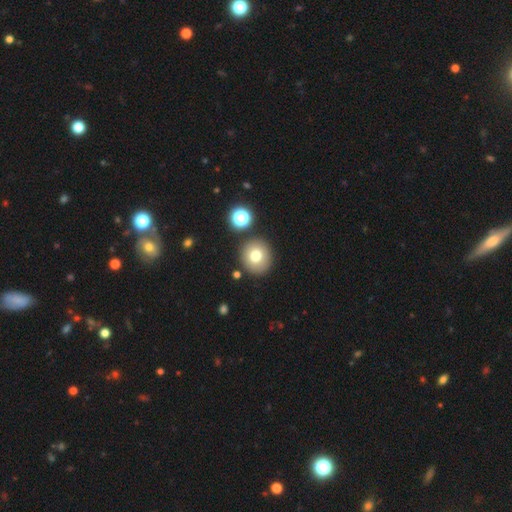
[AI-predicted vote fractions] smooth-or-featured: smooth: 75% | featured or disk: 12% | star or artifact: 12%
  how-rounded: round: 90% | in between: 9% | cigar-shaped: 1%
  merging: none: 85% | minor disturbance: 7% | merger: 5% | major disturbance: 2%